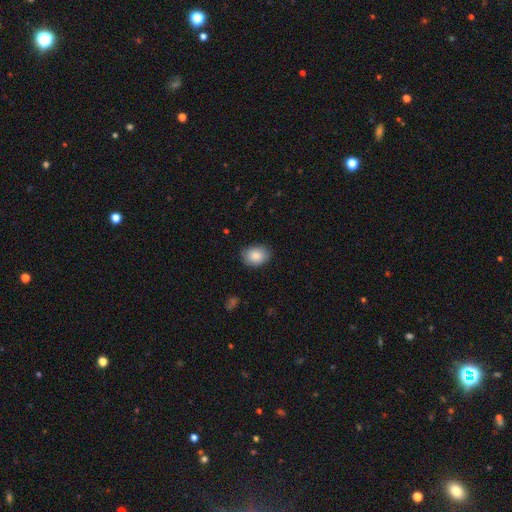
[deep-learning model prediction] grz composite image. It shows a smooth galaxy with no disk features (87%) that is in between round and cigar-shaped (67%). Merging: none (83%).